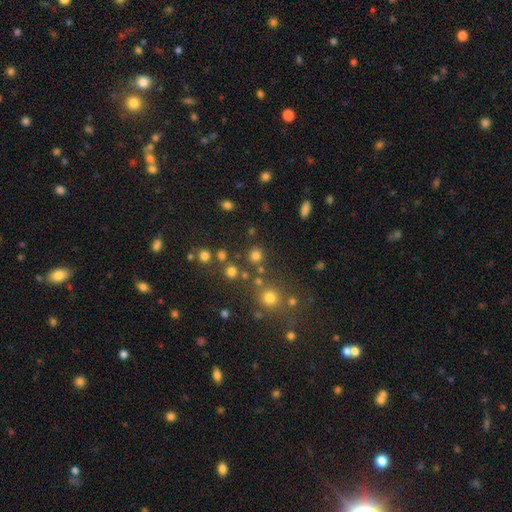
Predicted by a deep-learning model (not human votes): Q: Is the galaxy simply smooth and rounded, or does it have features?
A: smooth — 76%.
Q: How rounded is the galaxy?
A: round — 91%.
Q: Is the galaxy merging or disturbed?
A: none — 81%.